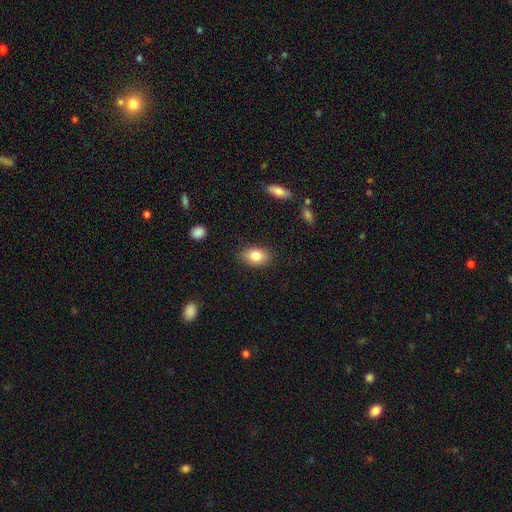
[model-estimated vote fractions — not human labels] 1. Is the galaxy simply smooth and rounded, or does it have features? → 82% smooth, 10% featured or disk, 8% star or artifact.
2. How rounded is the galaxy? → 85% in between, 14% round, 1% cigar-shaped.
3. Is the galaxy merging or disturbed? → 87% none, 9% minor disturbance, 2% major disturbance, 1% merger.